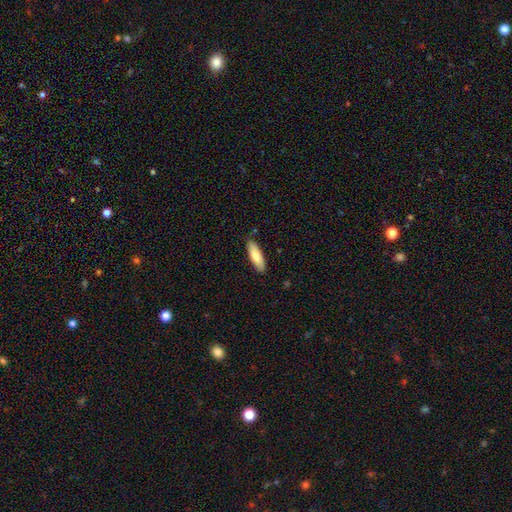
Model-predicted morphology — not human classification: smooth_or_featured: smooth (p=0.78) [alt: featured or disk p=0.16]
how_rounded: in between (p=0.51) [alt: cigar-shaped p=0.47]
merging: none (p=0.85) [alt: minor disturbance p=0.12]